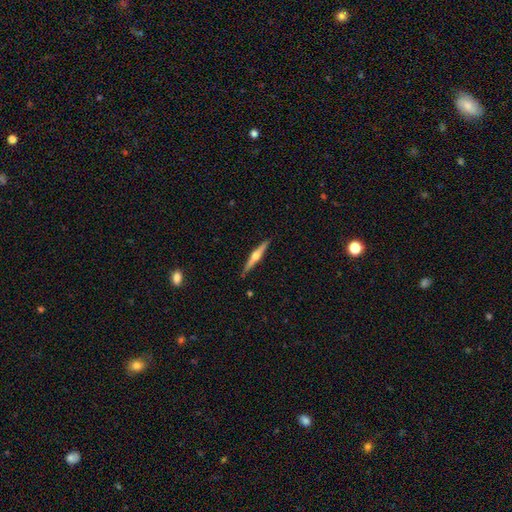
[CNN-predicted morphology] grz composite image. It shows a featured or disk galaxy (74%) viewed edge-on (98%) with a rounded central bulge (94%). Merging: none (89%).